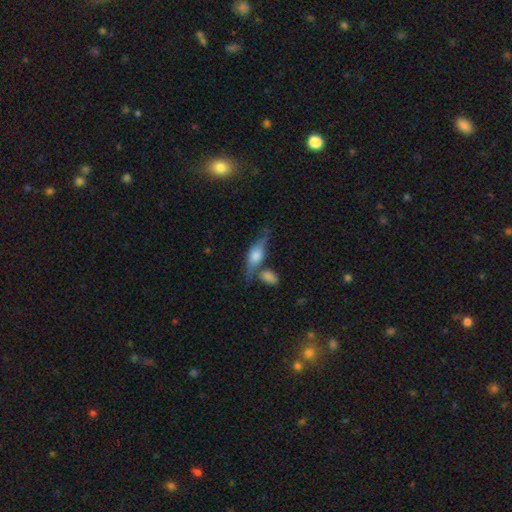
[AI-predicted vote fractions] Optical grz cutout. It shows a featured or disk galaxy (54%) viewed edge-on (85%). Merging: none (54%).